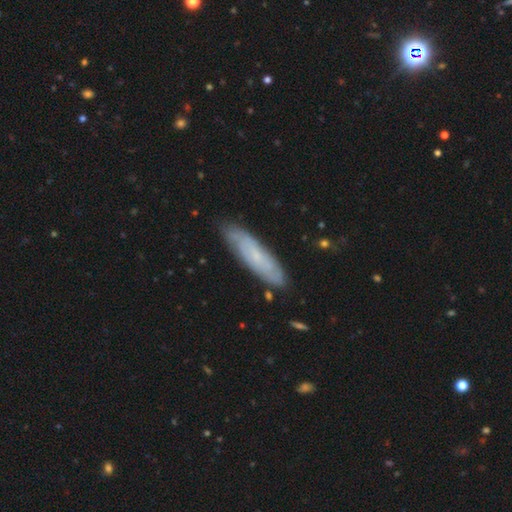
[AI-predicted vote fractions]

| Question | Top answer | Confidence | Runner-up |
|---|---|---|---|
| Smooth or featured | featured or disk | 52% | smooth (41%) |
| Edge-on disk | no | 64% | yes (36%) |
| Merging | none | 83% | minor disturbance (13%) |